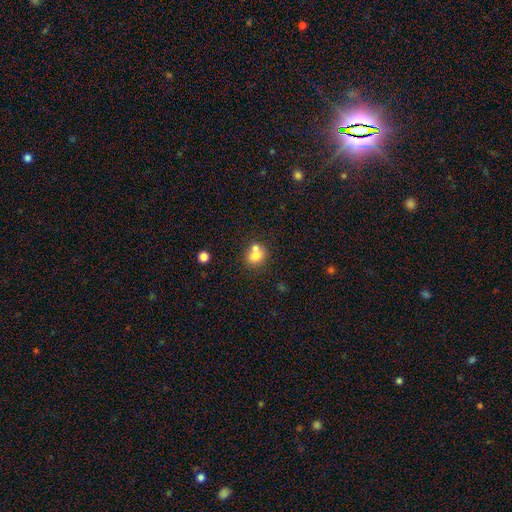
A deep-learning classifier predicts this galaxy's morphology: smooth-or-featured: smooth: 73% | featured or disk: 16% | star or artifact: 11%
  how-rounded: round: 61% | in between: 38% | cigar-shaped: 1%
  merging: merger: 47% | none: 40% | minor disturbance: 9% | major disturbance: 4%